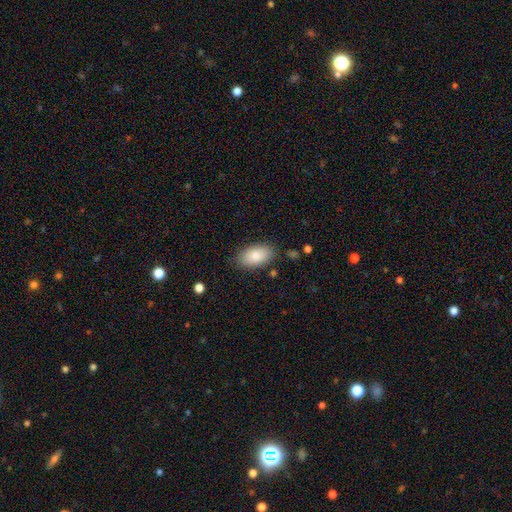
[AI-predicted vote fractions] A smooth galaxy with no disk features (86%) that is in between round and cigar-shaped (94%).

Vote fractions:
- Smooth or featured? smooth: 86% / featured or disk: 8% / star or artifact: 6%
- How rounded? in between: 94% / round: 3% / cigar-shaped: 2%
- Merging? none: 84% / minor disturbance: 11% / major disturbance: 3% / merger: 2%